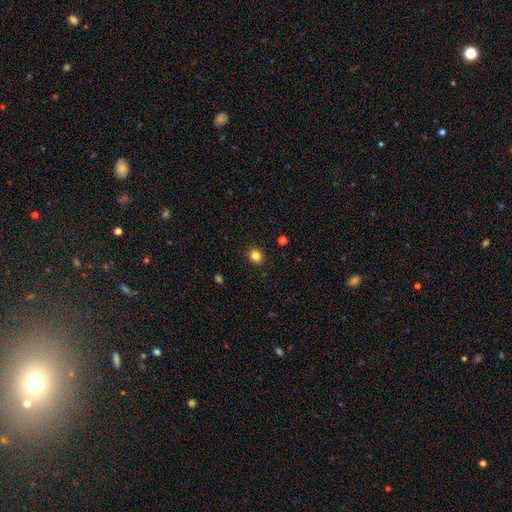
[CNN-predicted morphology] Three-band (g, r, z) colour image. It shows a smooth galaxy with no disk features (83%) that is round (85%). Merging: none (91%).